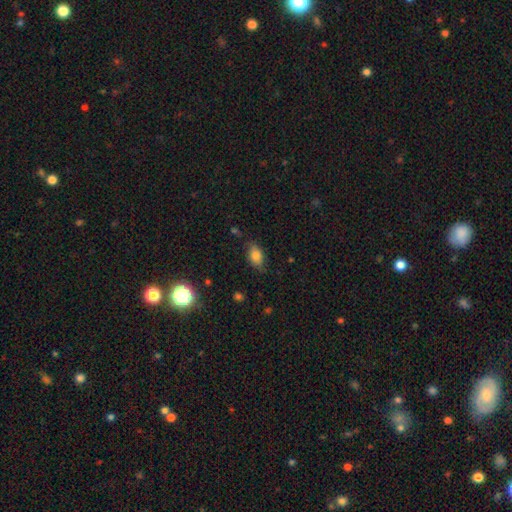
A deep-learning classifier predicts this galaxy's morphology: Smooth or featured?
  - smooth: 76% *
  - featured or disk: 14%
  - star or artifact: 10%
How rounded?
  - in between: 88% *
  - round: 10%
  - cigar-shaped: 3%
Merging?
  - none: 71% *
  - minor disturbance: 22%
  - major disturbance: 5%
  - merger: 2%